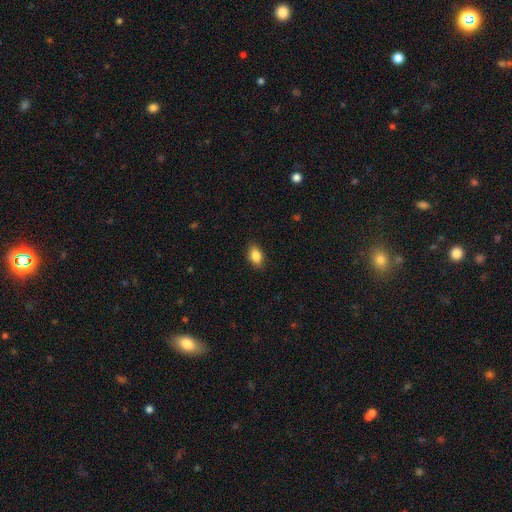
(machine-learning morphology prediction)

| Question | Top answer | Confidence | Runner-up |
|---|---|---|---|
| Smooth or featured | smooth | 86% | star or artifact (8%) |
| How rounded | in between | 87% | round (11%) |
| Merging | none | 87% | minor disturbance (10%) |